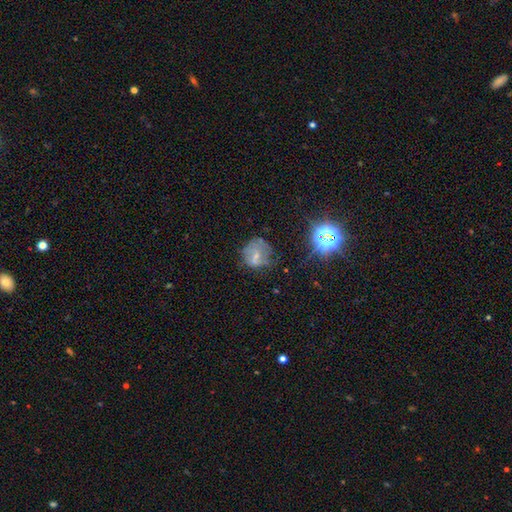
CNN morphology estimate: smooth-or-featured: smooth: 41% | featured or disk: 36% | star or artifact: 23%
  merging: none: 52% | minor disturbance: 24% | major disturbance: 20% | merger: 4%